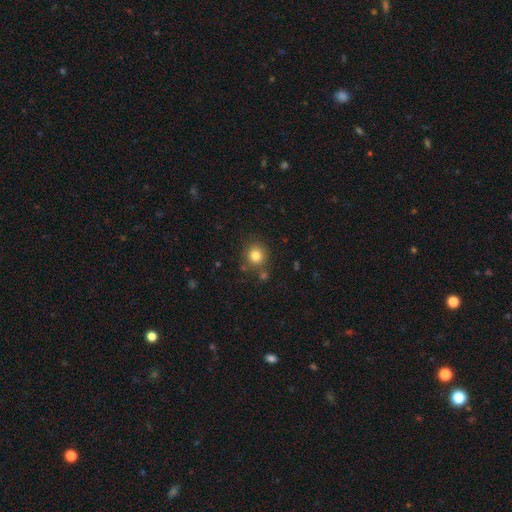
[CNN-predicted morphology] Smooth or featured: smooth — 81% (star or artifact — 12%)
How rounded: round — 90% (in between — 9%)
Merging: none — 81% (minor disturbance — 9%)